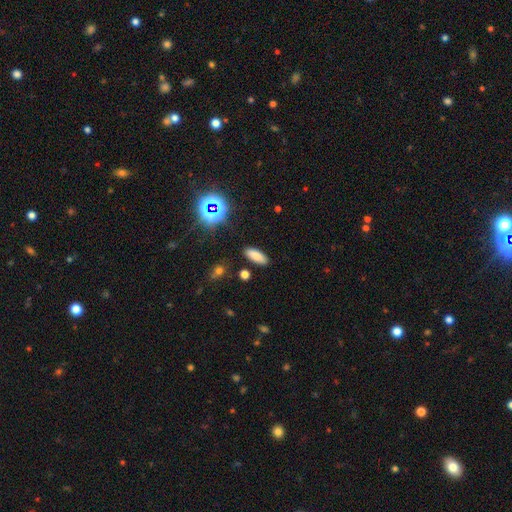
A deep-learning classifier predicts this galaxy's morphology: Smooth or featured? Predicted: smooth (p=0.79). How rounded? Predicted: in between (p=0.74). Merging? Predicted: none (p=0.88).